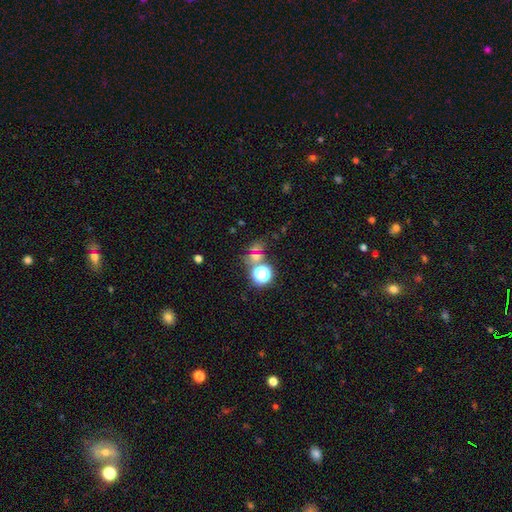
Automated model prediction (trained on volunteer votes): Smooth or featured?
  - star or artifact: 45% * (tied)
  - smooth: 45% * (tied)
  - featured or disk: 10%